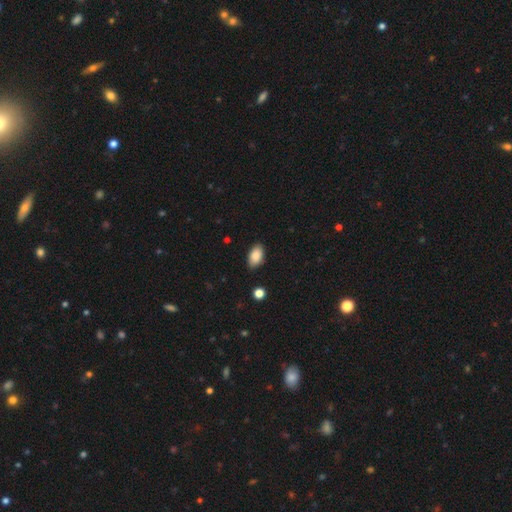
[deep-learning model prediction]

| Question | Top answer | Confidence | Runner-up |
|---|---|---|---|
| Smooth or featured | smooth | 88% | star or artifact (7%) |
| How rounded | in between | 93% | round (6%) |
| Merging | none | 85% | minor disturbance (11%) |